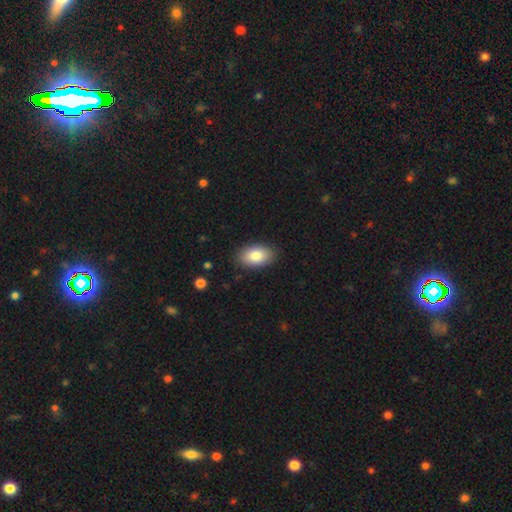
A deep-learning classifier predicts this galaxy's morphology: Q: Smooth or featured?
A: smooth (84%); runner-up: featured or disk (9%)
Q: How rounded?
A: in between (93%); runner-up: round (6%)
Q: Merging?
A: none (88%); runner-up: minor disturbance (9%)